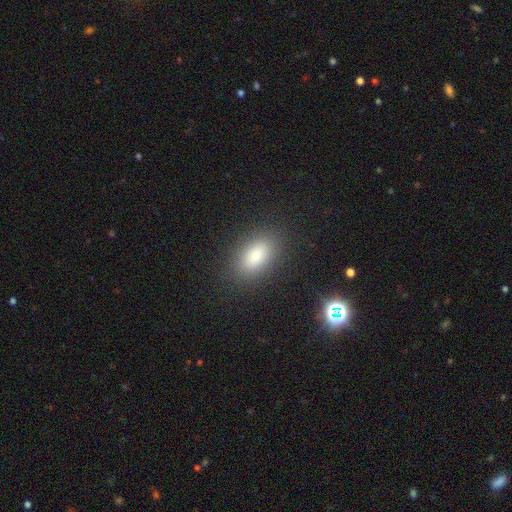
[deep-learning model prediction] Overall: smooth (85%). How rounded: in between (90%). Merging: none (87%).